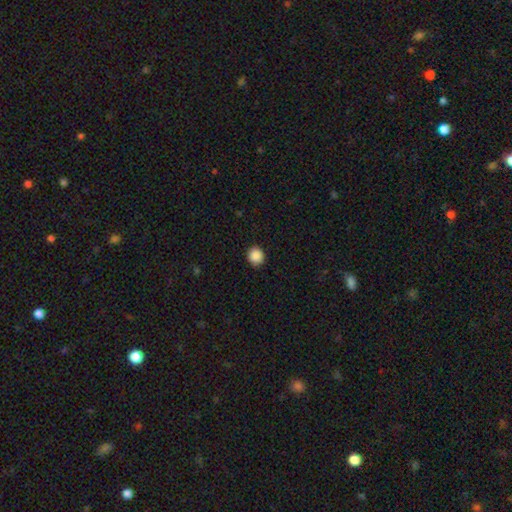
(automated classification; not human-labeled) Overall: smooth (89%). How rounded: round (89%). Merging: none (90%).